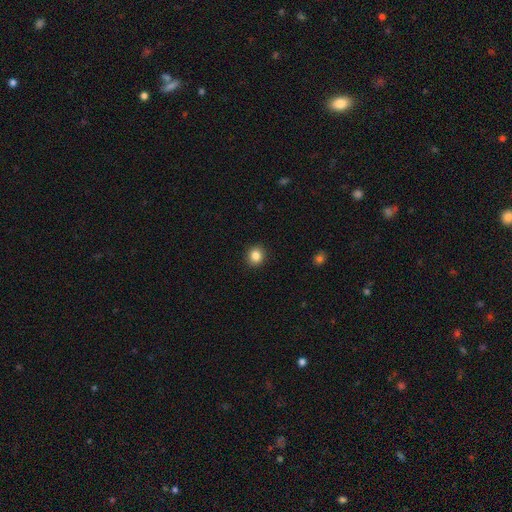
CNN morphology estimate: smooth 85%, star or artifact 10%, featured or disk 5%. Down the decision tree: how rounded — round (86%); merging — none (92%).